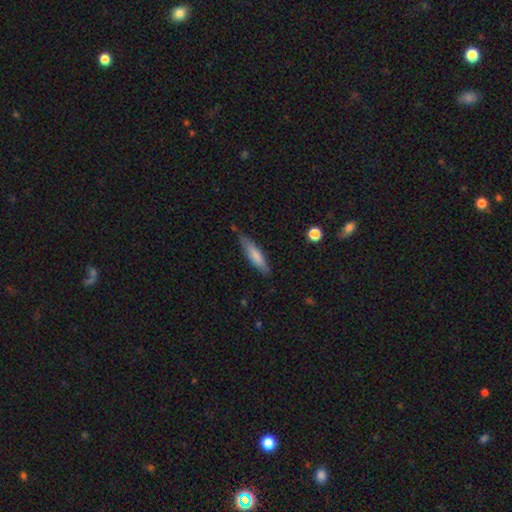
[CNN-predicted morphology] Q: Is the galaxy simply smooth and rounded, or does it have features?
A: smooth — 72%.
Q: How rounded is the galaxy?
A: cigar-shaped — 77%.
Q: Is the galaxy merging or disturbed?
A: none — 78%.